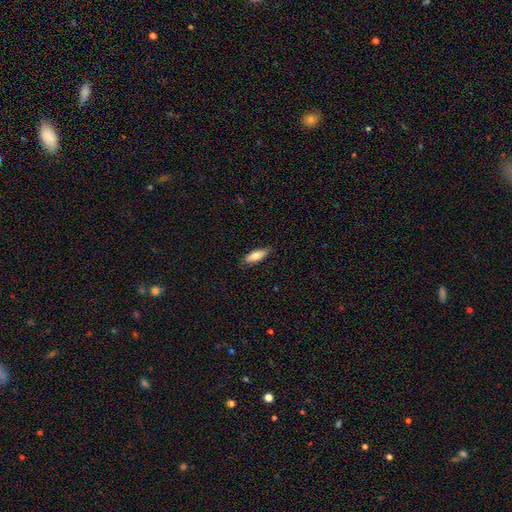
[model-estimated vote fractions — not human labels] smooth-or-featured: smooth: 76% | featured or disk: 18% | star or artifact: 6%
  how-rounded: in between: 61% | cigar-shaped: 37% | round: 2%
  merging: none: 82% | minor disturbance: 15% | major disturbance: 2% | merger: 1%